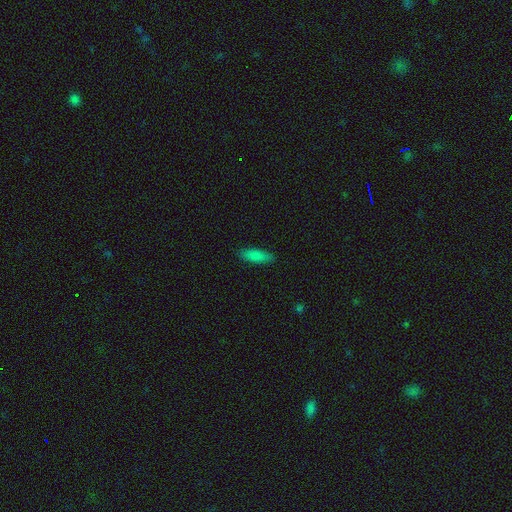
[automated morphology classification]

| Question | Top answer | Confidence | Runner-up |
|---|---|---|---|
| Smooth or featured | smooth | 84% | featured or disk (8%) |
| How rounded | in between | 53% | cigar-shaped (45%) |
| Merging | none | 87% | minor disturbance (10%) |